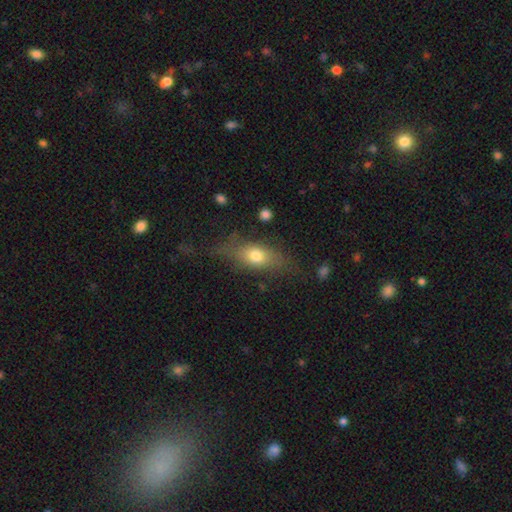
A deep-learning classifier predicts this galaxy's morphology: Q: Smooth or featured?
A: smooth (67%); runner-up: featured or disk (23%)
Q: How rounded?
A: in between (69%); runner-up: cigar-shaped (19%)
Q: Merging?
A: none (58%); runner-up: minor disturbance (23%)